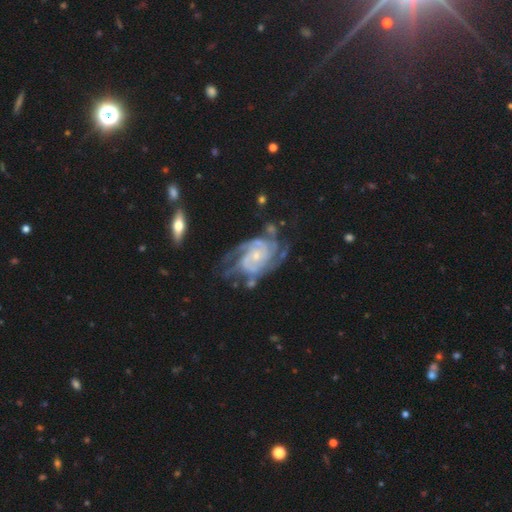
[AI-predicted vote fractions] smooth_or_featured: featured or disk (p=0.90) [alt: star or artifact p=0.05]
disk_edge_on: no (p=0.97) [alt: yes p=0.03]
bar: no (p=0.68) [alt: weak p=0.24]
has_spiral_arms: yes (p=0.98) [alt: no p=0.02]
spiral_winding: tight (p=0.61) [alt: medium p=0.32]
spiral_arm_count: 2 (p=0.38) [alt: 3 p=0.24]
bulge_size: small (p=0.69) [alt: moderate p=0.25]
merging: none (p=0.59) [alt: minor disturbance p=0.22]